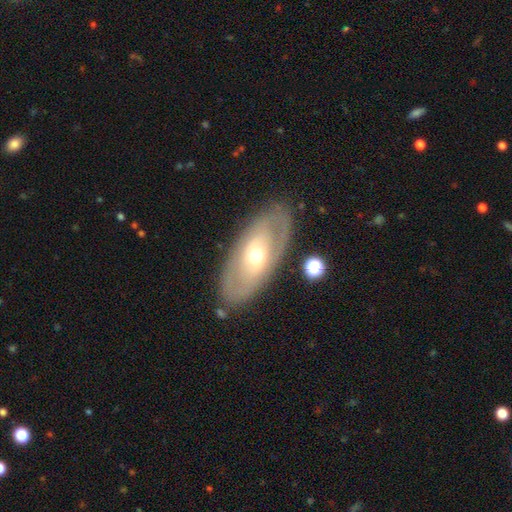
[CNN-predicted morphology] The model was most divided on "spiral arms": no: 63%, yes: 37%. More confident: edge-on disk — no (87%); merging — none (83%); bar — no (73%); smooth or featured — featured or disk (65%); bulge size — moderate (63%).